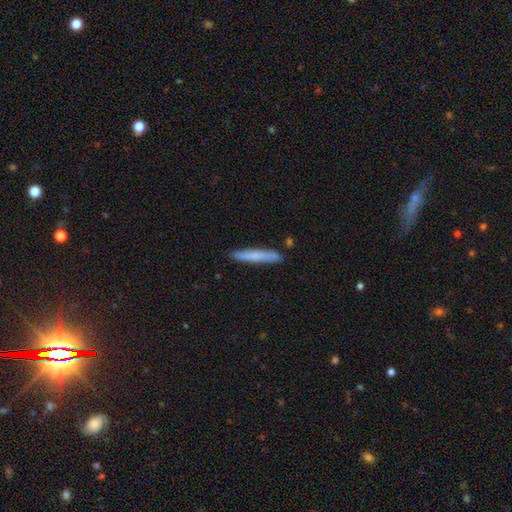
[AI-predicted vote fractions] This is likely a smooth galaxy (68%). How rounded: clearly cigar-shaped (95%). Merging: clearly none (87%).